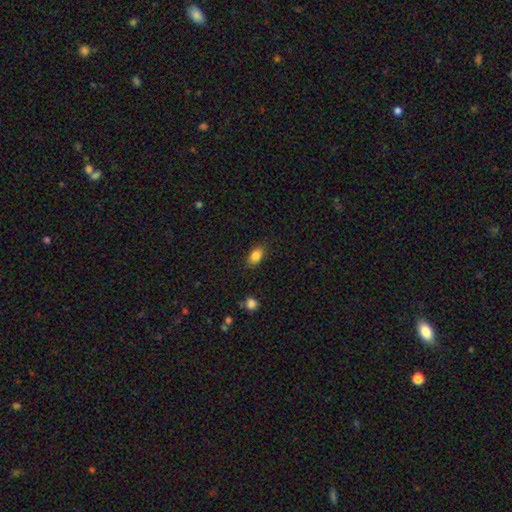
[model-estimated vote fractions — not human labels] Smooth or featured? Predicted: smooth (p=0.85). How rounded? Predicted: in between (p=0.84). Merging? Predicted: none (p=0.85).